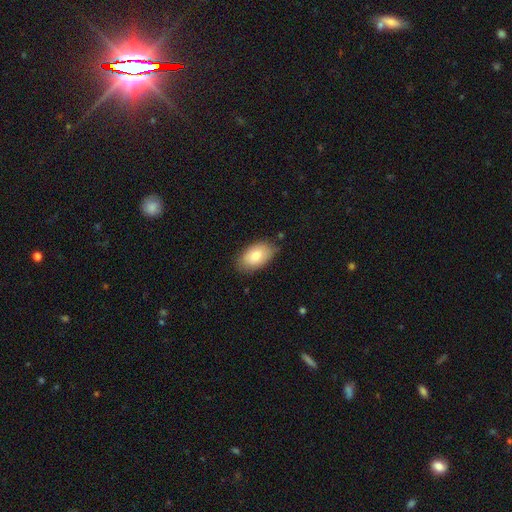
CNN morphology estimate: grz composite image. It shows a smooth galaxy with no disk features (80%) that is in between round and cigar-shaped (93%). Merging: none (76%).